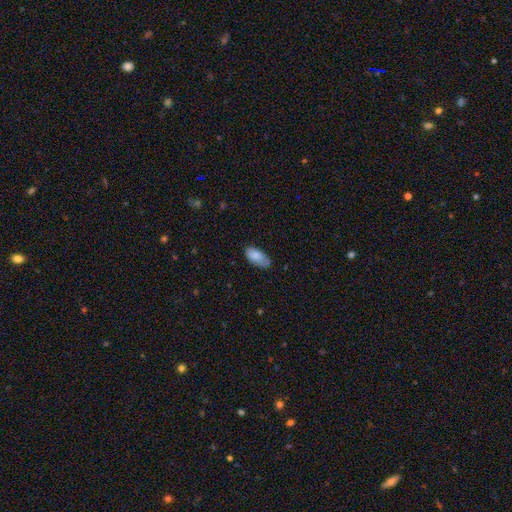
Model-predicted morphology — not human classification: The model was most divided on "merging": none: 62%, minor disturbance: 30%, major disturbance: 6%, merger: 2%. More confident: how rounded — in between (92%); smooth or featured — smooth (83%).